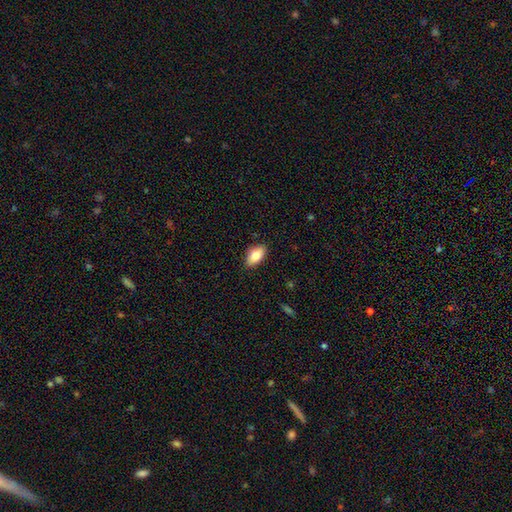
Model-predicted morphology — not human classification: Q: Smooth or featured?
A: smooth (80%); runner-up: featured or disk (13%)
Q: How rounded?
A: in between (91%); runner-up: round (5%)
Q: Merging?
A: none (86%); runner-up: minor disturbance (11%)